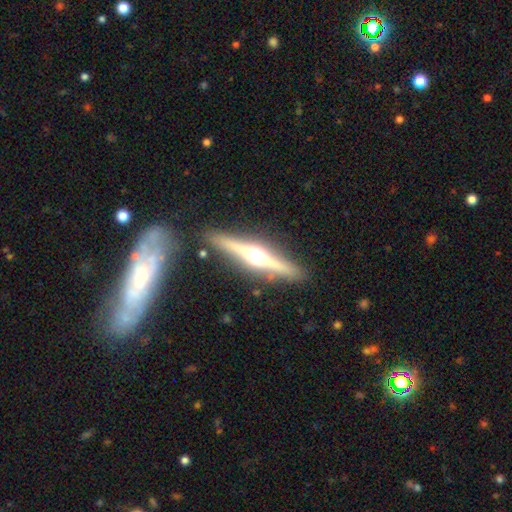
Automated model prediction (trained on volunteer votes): Smooth or featured? Predicted: featured or disk (p=0.77). Edge-on disk? Predicted: yes (p=0.97). Edge-on bulge? Predicted: rounded (p=0.96). Merging? Predicted: none (p=0.87).